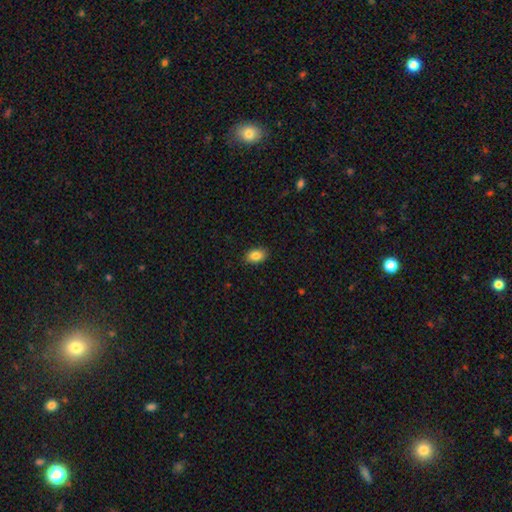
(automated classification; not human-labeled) Smooth or featured? Predicted: smooth (p=0.86). How rounded? Predicted: in between (p=0.86). Merging? Predicted: none (p=0.89).